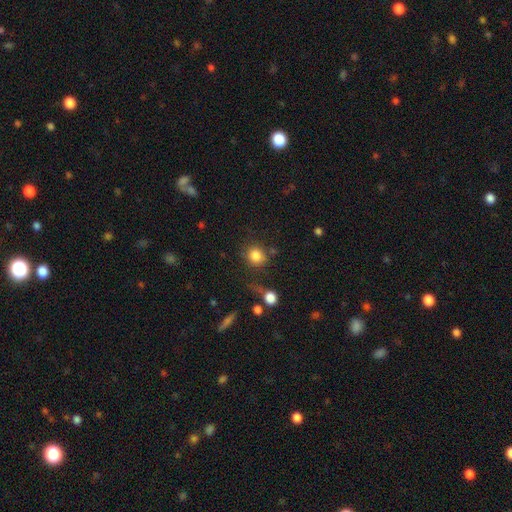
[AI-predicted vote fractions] A smooth galaxy with no disk features (83%) that is round (82%). Merging: none (73%).